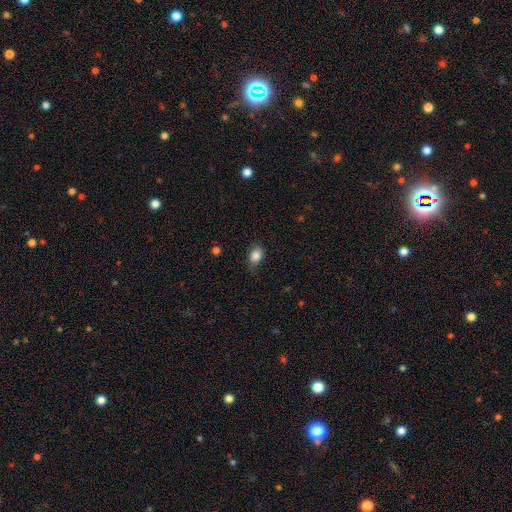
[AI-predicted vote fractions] This appears to be a smooth galaxy with no disk features (85%) that is in between round and cigar-shaped (68%). Merging: none (70%).